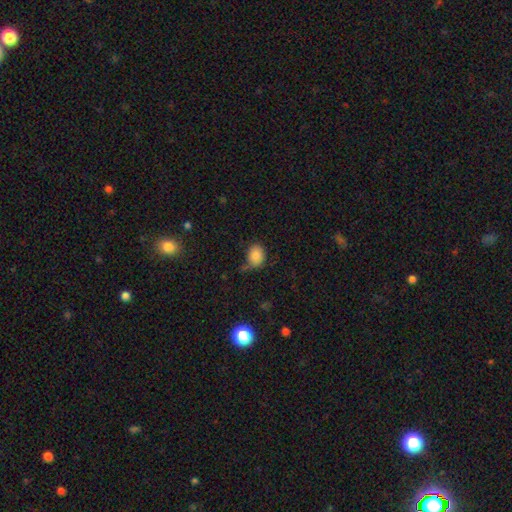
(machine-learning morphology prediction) smooth_or_featured: smooth (p=0.85) [alt: star or artifact p=0.10]
how_rounded: in between (p=0.62) [alt: round p=0.37]
merging: none (p=0.59) [alt: minor disturbance p=0.26]